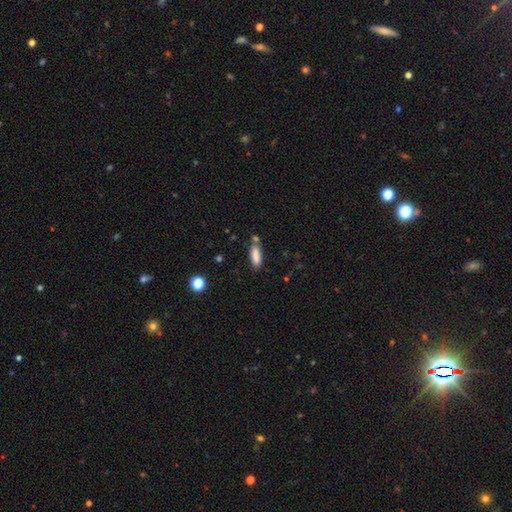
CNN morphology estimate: Smooth or featured? Predicted: smooth (p=0.85). How rounded? Predicted: in between (p=0.59). Merging? Predicted: none (p=0.68).